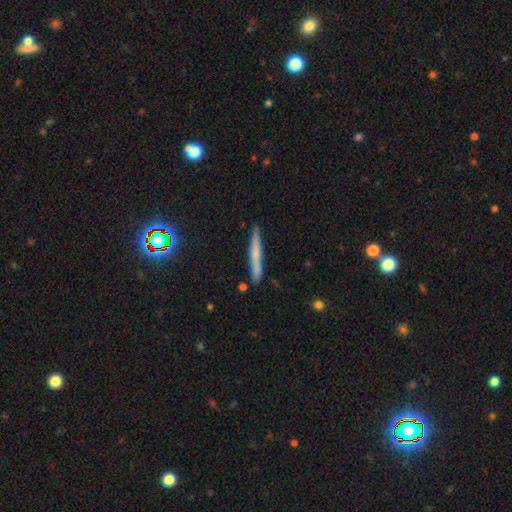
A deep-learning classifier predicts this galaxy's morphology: Smooth or featured?
  - smooth: 54% *
  - featured or disk: 37%
  - star or artifact: 9%
How rounded?
  - cigar-shaped: 96% *
  - in between: 3%
  - round: 2%
Merging?
  - none: 88% *
  - minor disturbance: 9%
  - merger: 2%
  - major disturbance: 2%